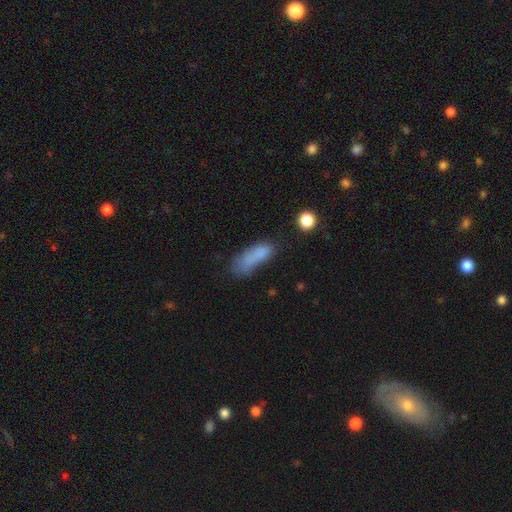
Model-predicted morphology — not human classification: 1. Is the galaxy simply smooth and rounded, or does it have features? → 75% smooth, 13% featured or disk, 12% star or artifact.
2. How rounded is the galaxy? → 61% in between, 35% cigar-shaped, 4% round.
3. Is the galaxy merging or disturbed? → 38% none, 29% minor disturbance, 24% major disturbance, 8% merger.